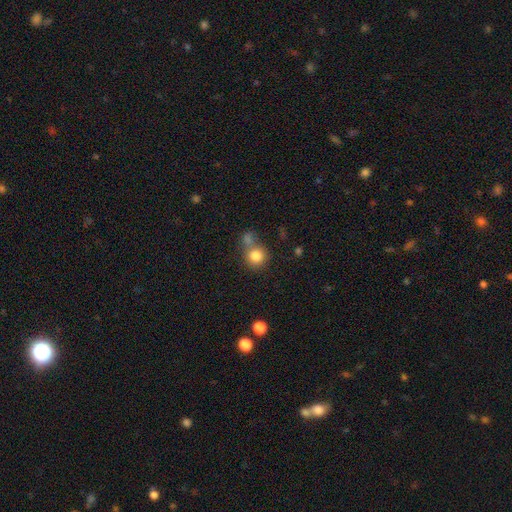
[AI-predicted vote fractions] Smooth or featured: smooth — 82% (star or artifact — 10%)
How rounded: round — 88% (in between — 11%)
Merging: none — 55% (merger — 30%)